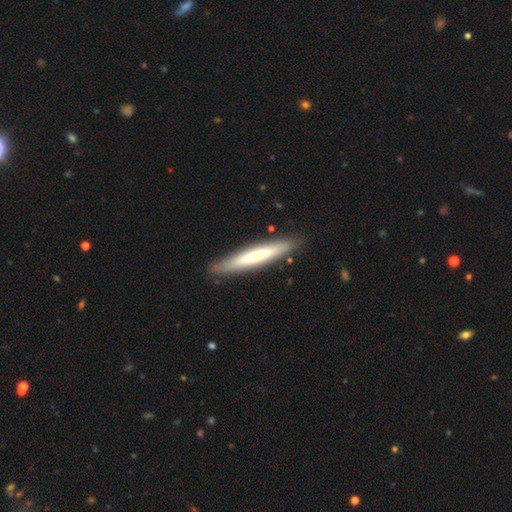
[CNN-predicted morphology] This is possibly a smooth galaxy (52%). How rounded: clearly cigar-shaped (93%). Merging: clearly none (88%).